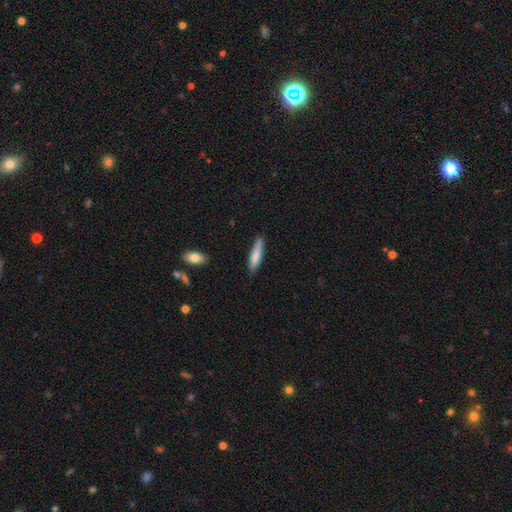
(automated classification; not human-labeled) Smooth or featured? Predicted: smooth (p=0.79). How rounded? Predicted: cigar-shaped (p=0.80). Merging? Predicted: none (p=0.79).